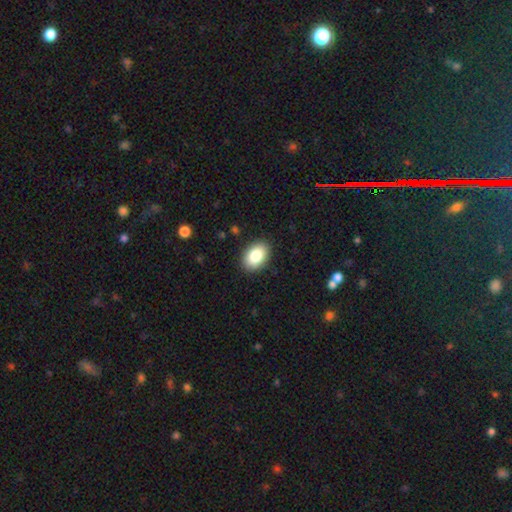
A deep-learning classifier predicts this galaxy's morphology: smooth_or_featured: smooth (p=0.84) [alt: featured or disk p=0.08]
how_rounded: in between (p=0.86) [alt: round p=0.13]
merging: none (p=0.89) [alt: minor disturbance p=0.08]